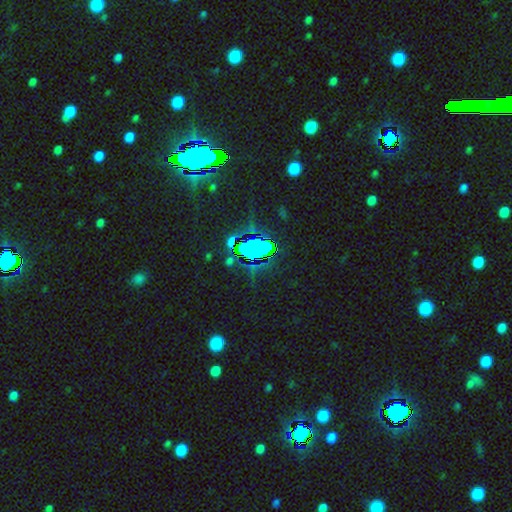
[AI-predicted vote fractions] The model was most divided on "smooth or featured": star or artifact: 72%, smooth: 18%, featured or disk: 10%.